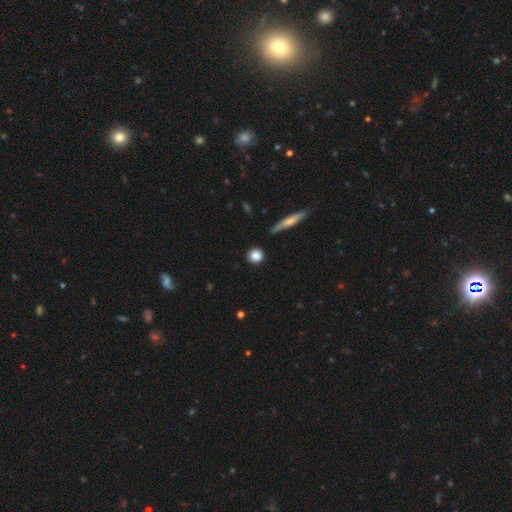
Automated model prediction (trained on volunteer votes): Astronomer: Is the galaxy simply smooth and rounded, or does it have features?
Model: smooth — 84%.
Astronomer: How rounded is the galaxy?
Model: round — 88%.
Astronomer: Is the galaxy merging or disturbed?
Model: none — 88%.